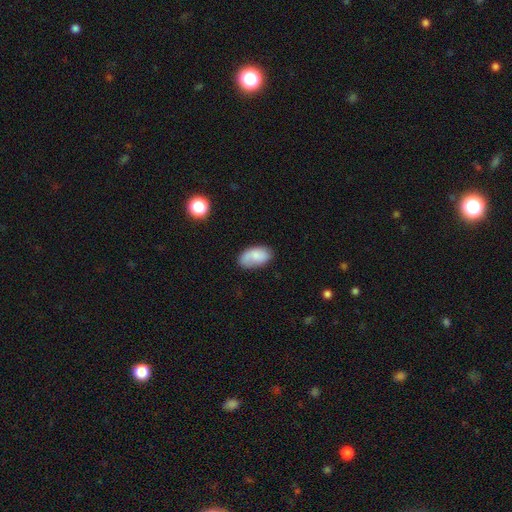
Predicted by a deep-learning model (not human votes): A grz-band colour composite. It shows a smooth galaxy with no disk features (74%) that is in between round and cigar-shaped (94%). Merging: none (66%).